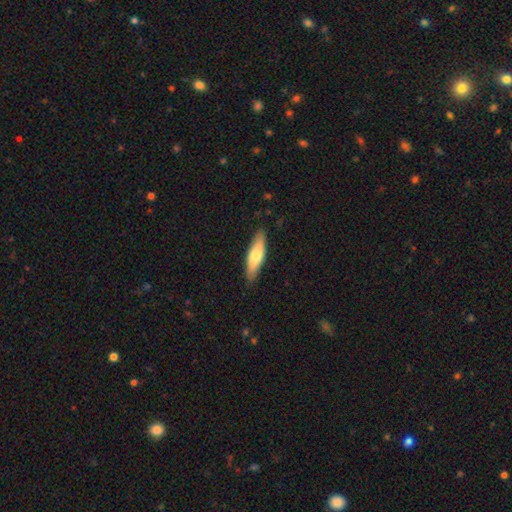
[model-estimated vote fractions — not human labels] Overall: smooth (64%; featured or disk 31%). How rounded: cigar-shaped (59%; in between 39%). Merging: none (86%).